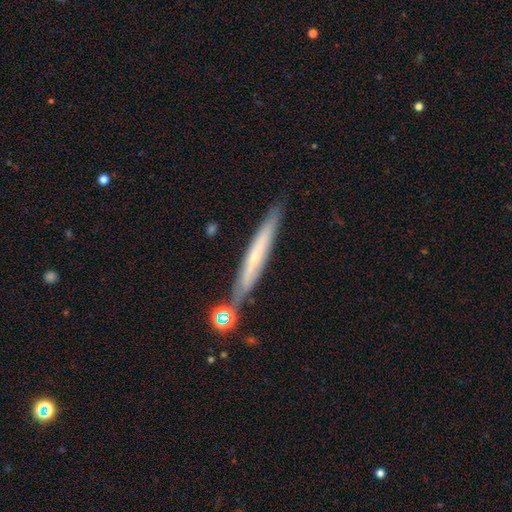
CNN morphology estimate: smooth_or_featured: featured or disk (p=0.59) [alt: smooth p=0.34]
disk_edge_on: yes (p=0.86) [alt: no p=0.14]
edge_on_bulge: none (p=0.56) [alt: rounded p=0.40]
merging: none (p=0.75) [alt: minor disturbance p=0.13]